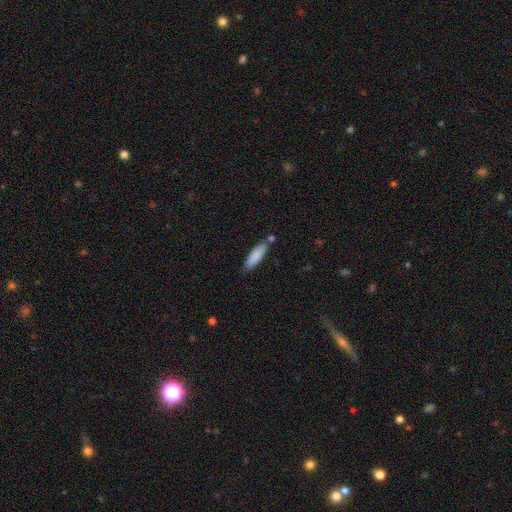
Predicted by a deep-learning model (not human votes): This appears to be a smooth galaxy with no disk features (84%) that is cigar-shaped (61%). Merging: none (73%).